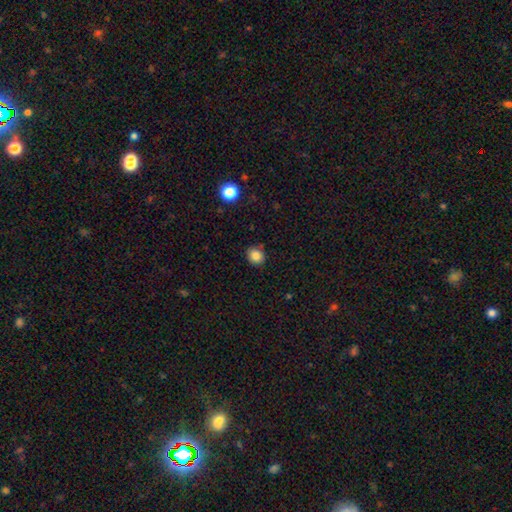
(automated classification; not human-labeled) smooth_or_featured: smooth (p=0.84) [alt: star or artifact p=0.11]
how_rounded: round (p=0.77) [alt: in between p=0.22]
merging: none (p=0.86) [alt: minor disturbance p=0.10]